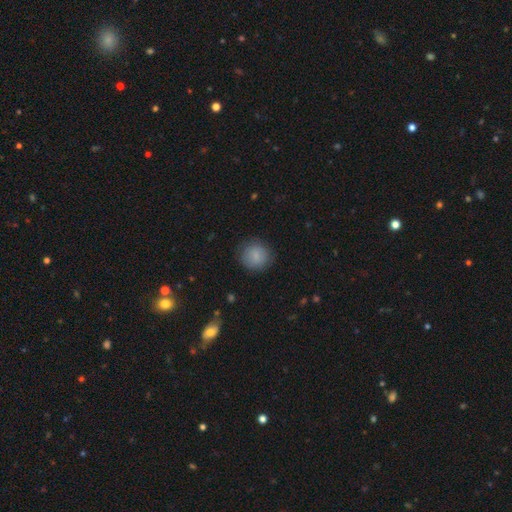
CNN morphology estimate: A smooth galaxy with no disk features (85%) that is round (89%).

Vote fractions:
- Smooth or featured? smooth: 85% / star or artifact: 8% / featured or disk: 7%
- How rounded? round: 89% / in between: 10% / cigar-shaped: 1%
- Merging? none: 84% / minor disturbance: 12% / major disturbance: 4% / merger: 1%